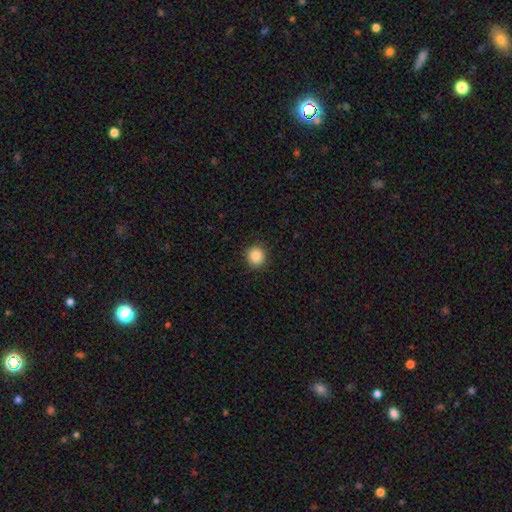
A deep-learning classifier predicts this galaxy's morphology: Q: Smooth or featured?
A: smooth (86%); runner-up: star or artifact (10%)
Q: How rounded?
A: round (91%); runner-up: in between (8%)
Q: Merging?
A: none (91%); runner-up: minor disturbance (6%)